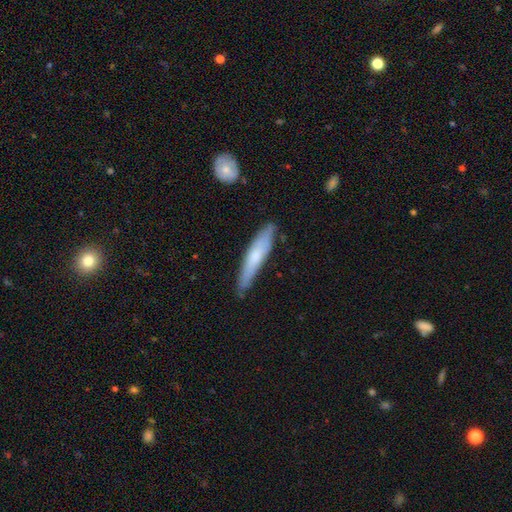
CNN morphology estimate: Q: Smooth or featured?
A: smooth (59%); runner-up: featured or disk (35%)
Q: How rounded?
A: cigar-shaped (88%); runner-up: in between (11%)
Q: Merging?
A: none (79%); runner-up: minor disturbance (17%)